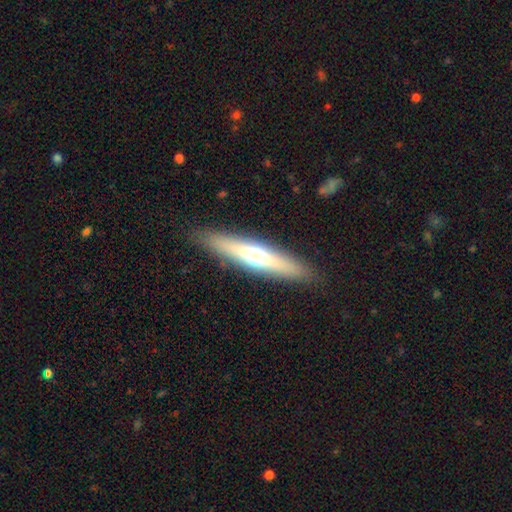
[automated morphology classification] Smooth or featured? Predicted: featured or disk (p=0.47). Merging? Predicted: none (p=0.88).